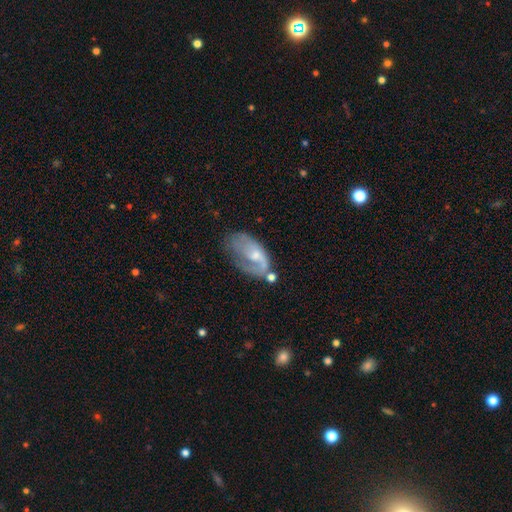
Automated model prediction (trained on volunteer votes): featured or disk 63%, smooth 30%, star or artifact 7%. Down the decision tree: edge-on disk — no (95%); bar — no (63%); spiral arms — yes (75%); bulge size — small (46%); merging — none (37%).